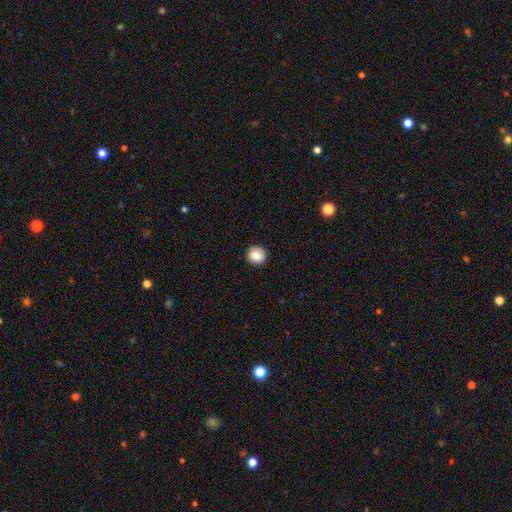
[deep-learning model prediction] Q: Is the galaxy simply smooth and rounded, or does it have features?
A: smooth — 84%.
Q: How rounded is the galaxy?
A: round — 89%.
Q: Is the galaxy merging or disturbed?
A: none — 90%.